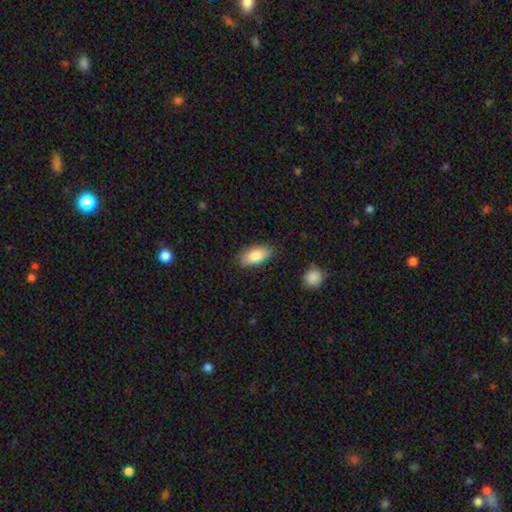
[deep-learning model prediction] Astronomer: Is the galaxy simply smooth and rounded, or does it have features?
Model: smooth — 83%.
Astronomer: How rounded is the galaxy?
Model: in between — 89%.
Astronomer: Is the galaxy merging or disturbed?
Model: none — 85%.